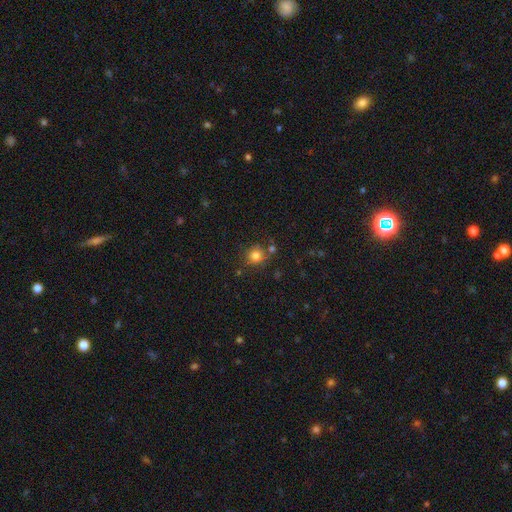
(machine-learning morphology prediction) Smooth or featured? smooth (80%)
How rounded? round (90%)
Merging? none (73%)